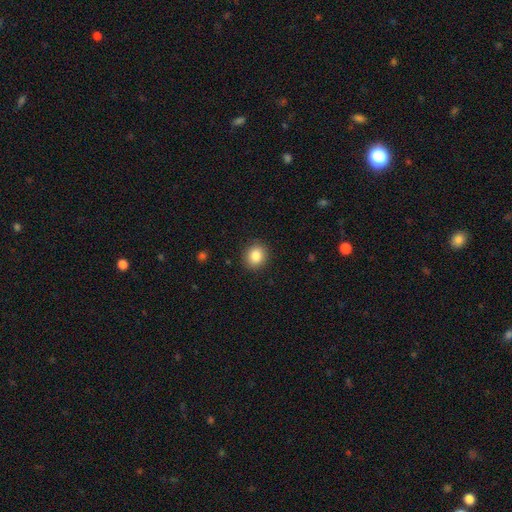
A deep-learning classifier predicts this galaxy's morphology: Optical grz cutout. It shows a smooth galaxy with no disk features (85%) that is round (74%). Merging: none (90%).